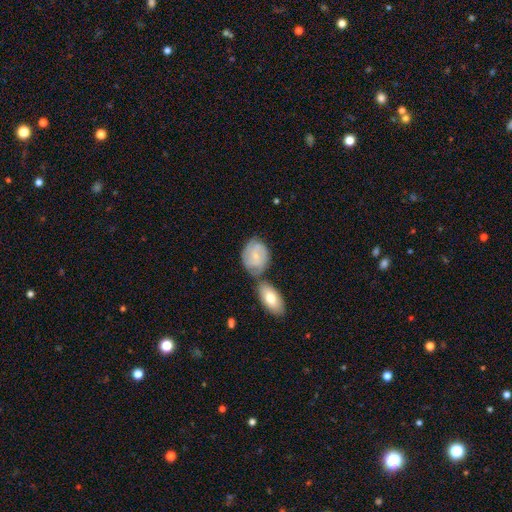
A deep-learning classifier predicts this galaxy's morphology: Smooth or featured?
  - featured or disk: 55% *
  - smooth: 38%
  - star or artifact: 7%
Edge-on disk?
  - no: 96% *
  - yes: 4%
Bar?
  - no: 58% *
  - weak: 37%
  - strong: 6%
Spiral arms?
  - yes: 85% *
  - no: 15%
Bulge size?
  - small: 65% *
  - moderate: 23%
  - none: 9%
  - large: 2%
  - dominant: 1%
Merging?
  - none: 47% *
  - merger: 29%
  - minor disturbance: 19%
  - major disturbance: 6%